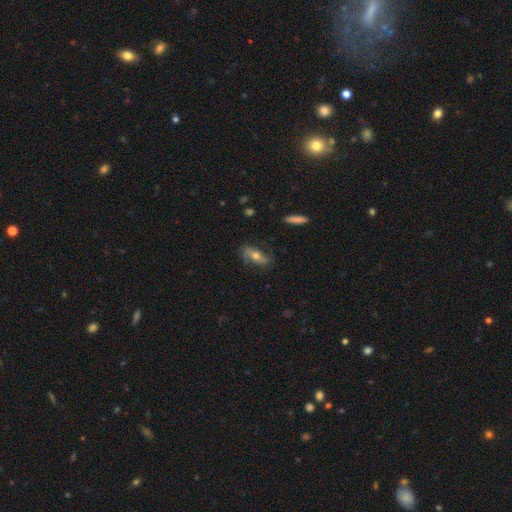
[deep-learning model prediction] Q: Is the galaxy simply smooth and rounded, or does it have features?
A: featured or disk — 55%.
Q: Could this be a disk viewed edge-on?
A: no — 79%.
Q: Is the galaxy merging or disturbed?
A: none — 72%.